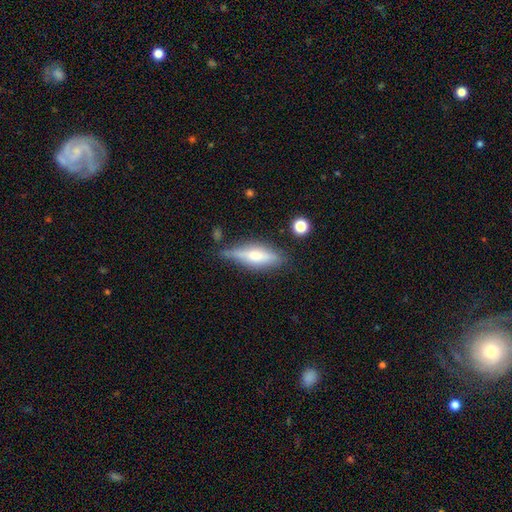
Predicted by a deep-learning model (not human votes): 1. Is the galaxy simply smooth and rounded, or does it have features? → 51% featured or disk, 42% smooth, 7% star or artifact.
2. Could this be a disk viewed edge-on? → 91% yes, 9% no.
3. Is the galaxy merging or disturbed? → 71% none, 20% minor disturbance, 5% major disturbance, 3% merger.